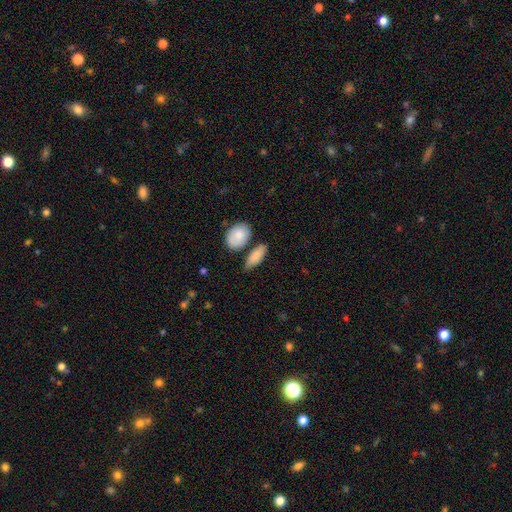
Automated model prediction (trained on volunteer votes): A smooth galaxy with no disk features (85%) that is in between round and cigar-shaped (81%).

Vote fractions:
- Smooth or featured? smooth: 85% / featured or disk: 10% / star or artifact: 6%
- How rounded? in between: 81% / cigar-shaped: 14% / round: 5%
- Merging? none: 63% / minor disturbance: 20% / merger: 12% / major disturbance: 5%